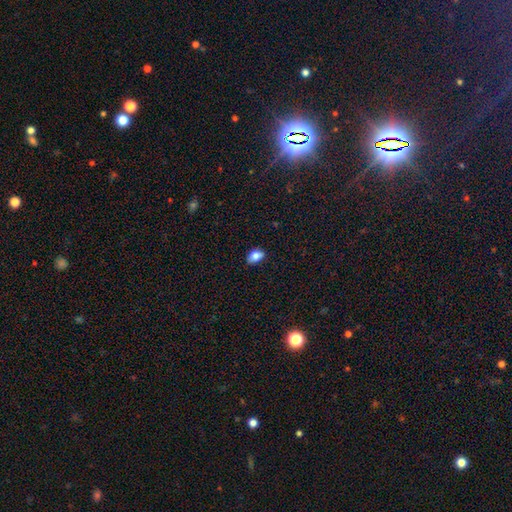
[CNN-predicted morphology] Smooth or featured?
  - smooth: 77% *
  - featured or disk: 13%
  - star or artifact: 10%
How rounded?
  - in between: 81% *
  - round: 16%
  - cigar-shaped: 3%
Merging?
  - none: 73% *
  - minor disturbance: 21%
  - major disturbance: 4%
  - merger: 2%